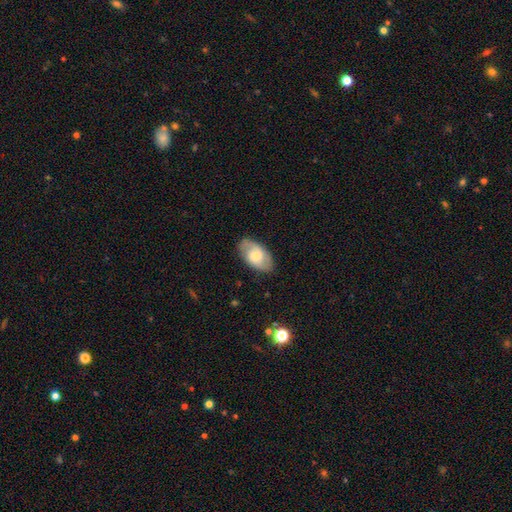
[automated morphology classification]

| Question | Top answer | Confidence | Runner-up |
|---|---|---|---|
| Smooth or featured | smooth | 47% | tied: featured or disk (47%) |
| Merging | none | 80% | minor disturbance (15%) |